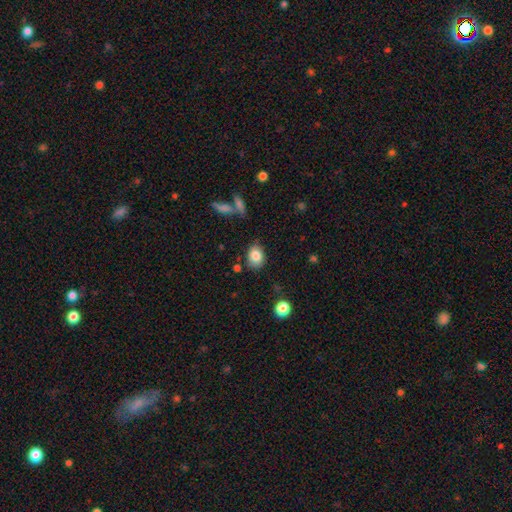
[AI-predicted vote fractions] smooth-or-featured: smooth: 83% | star or artifact: 9% | featured or disk: 8%
  how-rounded: in between: 67% | round: 32% | cigar-shaped: 1%
  merging: none: 78% | minor disturbance: 15% | merger: 4% | major disturbance: 3%